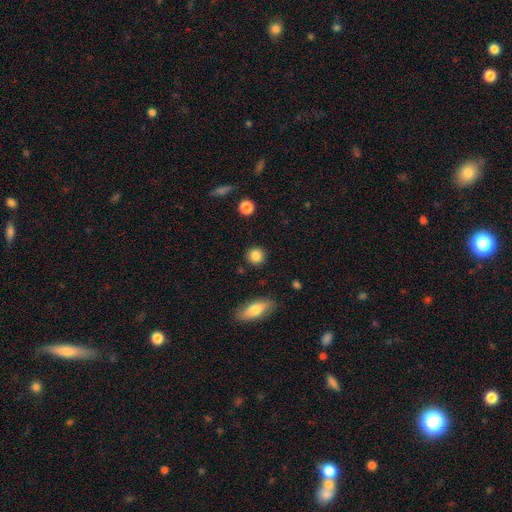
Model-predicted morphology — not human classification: A smooth galaxy with no disk features (86%) that is round (90%). Merging: none (90%).